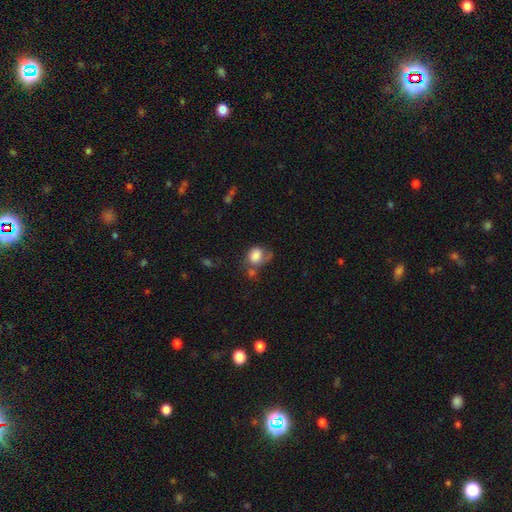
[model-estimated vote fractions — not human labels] Smooth or featured?
  - smooth: 75% *
  - featured or disk: 16%
  - star or artifact: 9%
How rounded?
  - in between: 50% *
  - round: 49%
  - cigar-shaped: 1%
Merging?
  - none: 31% *
  - major disturbance: 26%
  - minor disturbance: 25%
  - merger: 18%